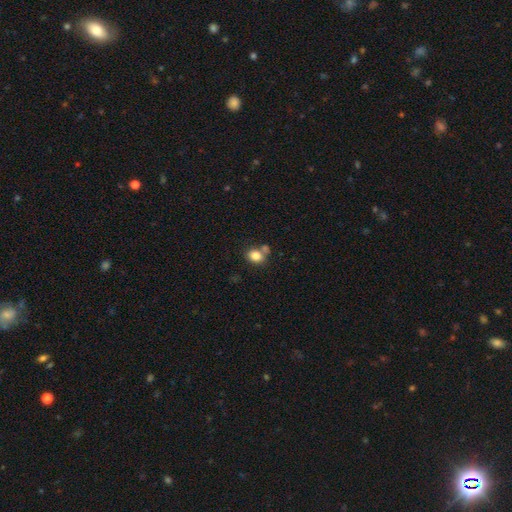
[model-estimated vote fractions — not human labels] smooth-or-featured: smooth: 81% | star or artifact: 10% | featured or disk: 8%
  how-rounded: round: 54% | in between: 45% | cigar-shaped: 1%
  merging: none: 59% | merger: 23% | minor disturbance: 13% | major disturbance: 4%